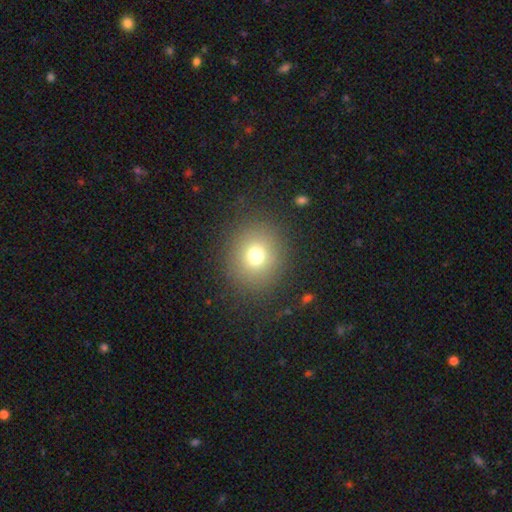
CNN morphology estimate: type=smooth (72%); roundness=round (81%); merging=none (85%).